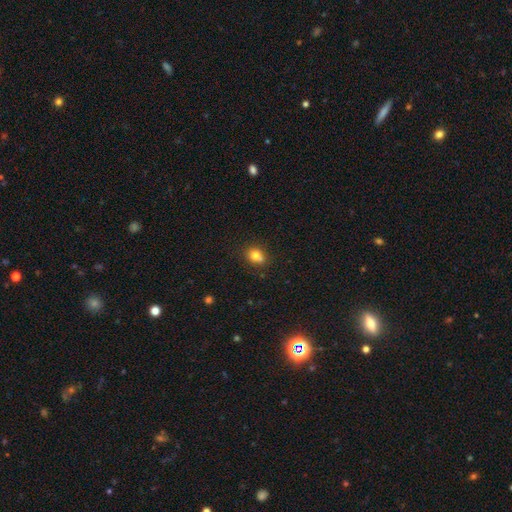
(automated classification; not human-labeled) smooth_or_featured: smooth (p=0.79) [alt: star or artifact p=0.12]
how_rounded: round (p=0.61) [alt: in between p=0.38]
merging: none (p=0.60) [alt: merger p=0.20]